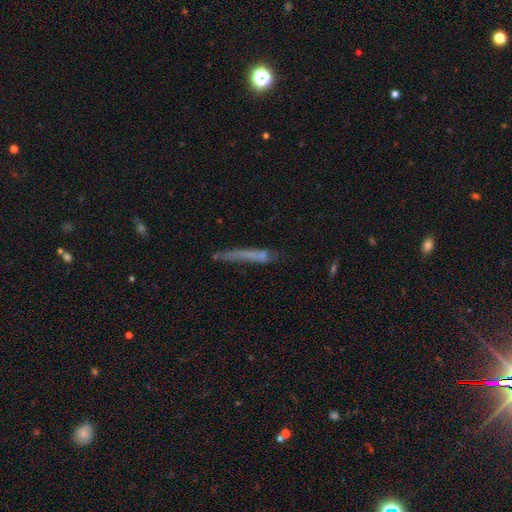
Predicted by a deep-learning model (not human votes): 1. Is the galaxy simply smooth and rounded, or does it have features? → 54% smooth, 33% featured or disk, 13% star or artifact.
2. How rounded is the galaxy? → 94% cigar-shaped, 4% in between, 2% round.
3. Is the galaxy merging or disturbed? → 63% none, 21% minor disturbance, 10% major disturbance, 5% merger.